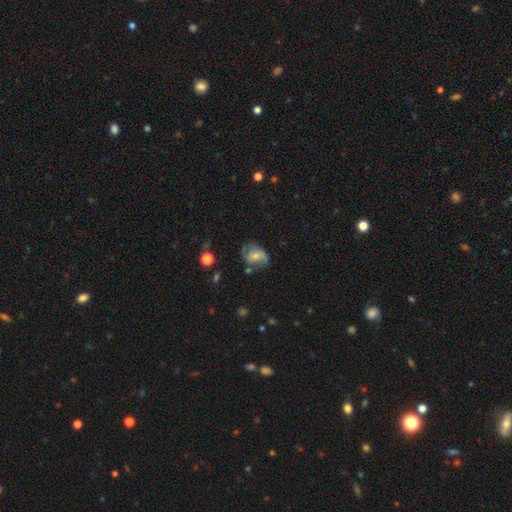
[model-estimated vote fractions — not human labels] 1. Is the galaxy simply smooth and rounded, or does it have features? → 62% featured or disk, 30% smooth, 8% star or artifact.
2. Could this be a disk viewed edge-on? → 97% no, 3% yes.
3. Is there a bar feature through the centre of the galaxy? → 48% no, 39% weak, 12% strong.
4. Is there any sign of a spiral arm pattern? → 86% yes, 14% no.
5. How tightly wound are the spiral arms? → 41% medium, 40% loose, 19% tight.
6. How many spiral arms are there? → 76% 2, 12% can't tell, 6% 1, 4% 3, 1% 4, 1% more than 4.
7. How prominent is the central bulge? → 50% small, 40% moderate, 5% none, 3% large, 1% dominant.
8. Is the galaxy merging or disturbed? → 57% none, 26% minor disturbance, 14% major disturbance, 3% merger.